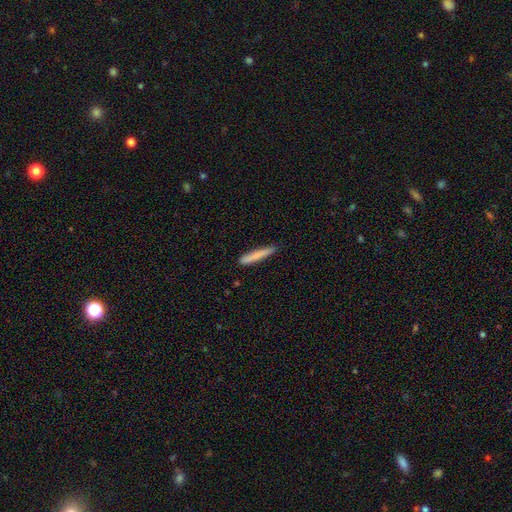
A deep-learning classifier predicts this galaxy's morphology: Q: Smooth or featured?
A: smooth (79%); runner-up: featured or disk (15%)
Q: How rounded?
A: cigar-shaped (95%); runner-up: in between (4%)
Q: Merging?
A: none (87%); runner-up: minor disturbance (10%)